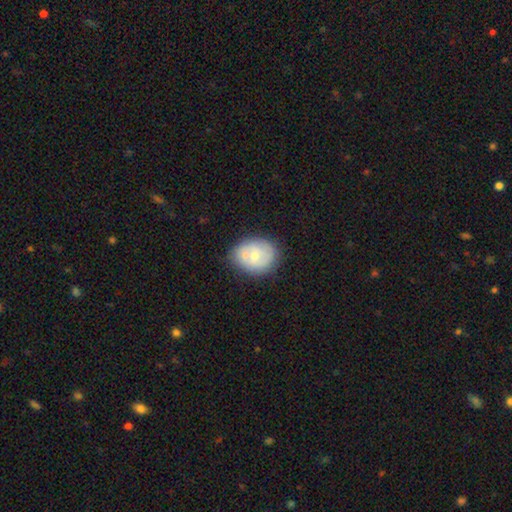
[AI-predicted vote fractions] The model was most divided on "smooth or featured": smooth: 51%, featured or disk: 42%, star or artifact: 7%. More confident: how rounded — round (55%); merging — none (51%).